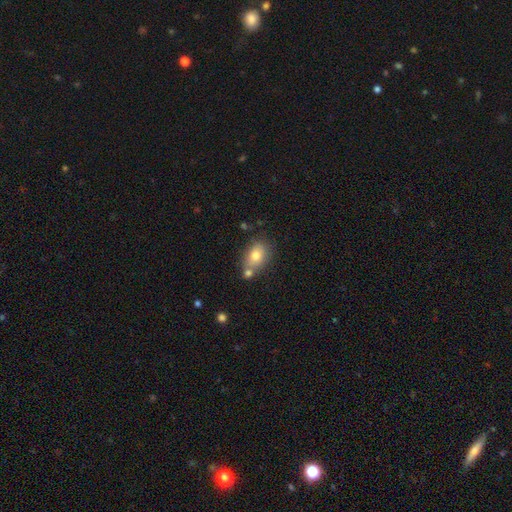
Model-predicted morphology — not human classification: Smooth or featured? Predicted: smooth (p=0.76). How rounded? Predicted: in between (p=0.77). Merging? Predicted: none (p=0.58).